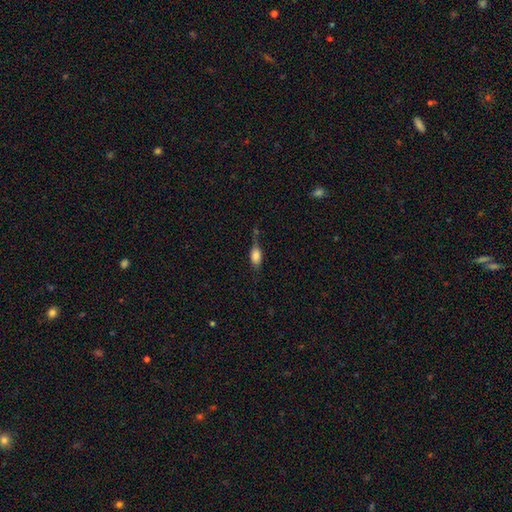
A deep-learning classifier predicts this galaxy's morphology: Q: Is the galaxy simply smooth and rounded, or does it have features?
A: smooth — 79%.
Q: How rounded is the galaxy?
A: in between — 85%.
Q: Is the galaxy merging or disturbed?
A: none — 44%.